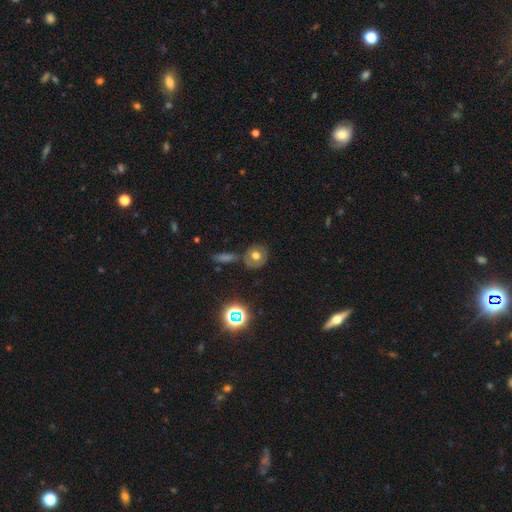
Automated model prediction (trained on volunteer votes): smooth_or_featured: smooth (p=0.62) [alt: featured or disk p=0.21]
how_rounded: round (p=0.76) [alt: in between p=0.22]
merging: none (p=0.69) [alt: minor disturbance p=0.13]